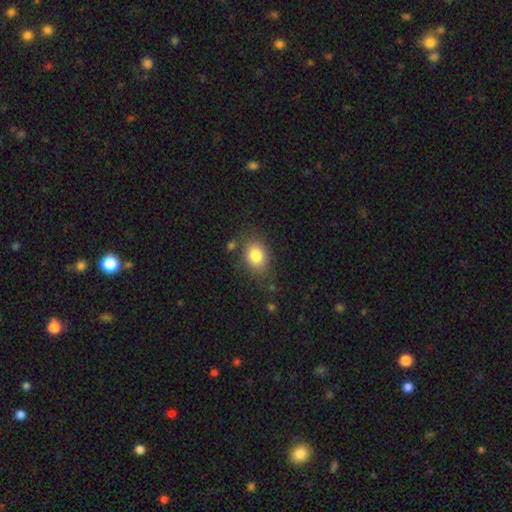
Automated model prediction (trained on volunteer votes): smooth_or_featured: smooth (p=0.82) [alt: star or artifact p=0.09]
how_rounded: in between (p=0.65) [alt: round p=0.34]
merging: none (p=0.76) [alt: minor disturbance p=0.16]